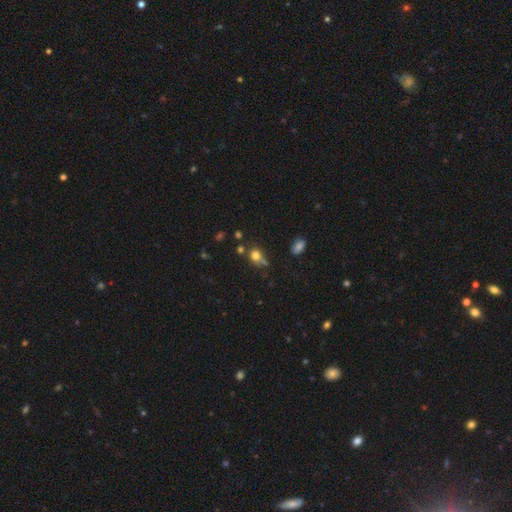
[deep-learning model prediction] A smooth galaxy with no disk features (72%) that is round (66%). Merging: none (50%).